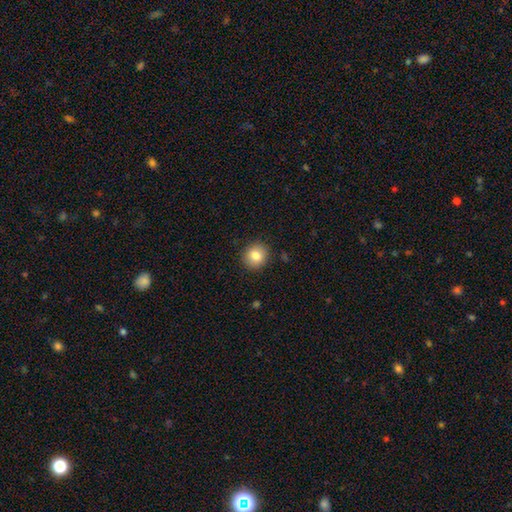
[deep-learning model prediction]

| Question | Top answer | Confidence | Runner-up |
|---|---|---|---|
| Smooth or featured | smooth | 82% | star or artifact (9%) |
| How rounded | round | 87% | in between (12%) |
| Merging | none | 90% | minor disturbance (7%) |